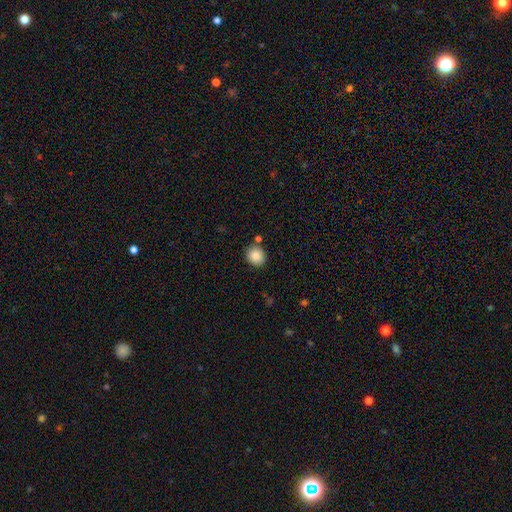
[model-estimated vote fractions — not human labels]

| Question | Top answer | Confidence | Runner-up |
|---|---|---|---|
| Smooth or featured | smooth | 86% | star or artifact (9%) |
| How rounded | round | 85% | in between (14%) |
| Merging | none | 85% | minor disturbance (8%) |